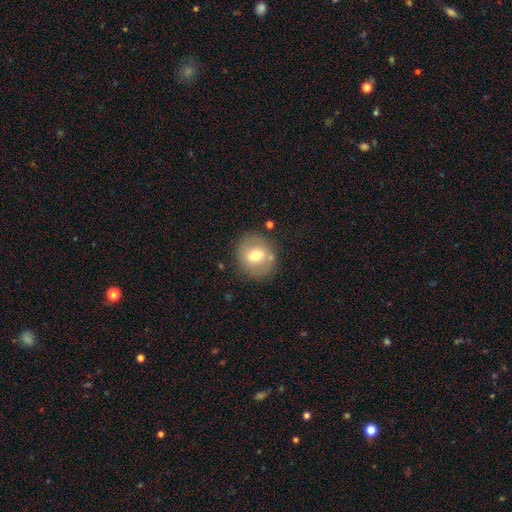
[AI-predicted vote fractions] This appears to be a smooth galaxy with no disk features (63%) that is round (83%). Merging: none (80%).